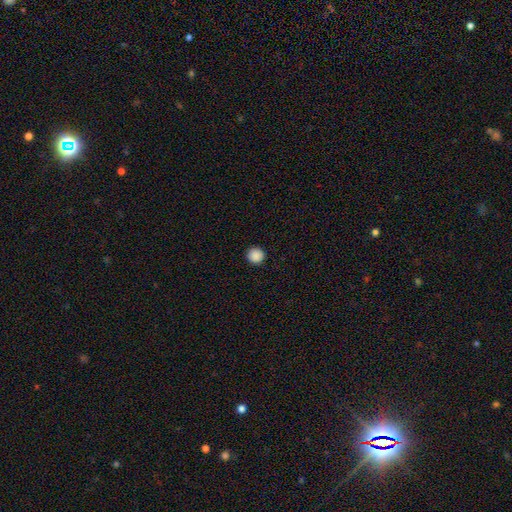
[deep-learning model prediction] This is clearly a smooth galaxy (89%). How rounded: clearly round (95%). Merging: clearly none (93%).